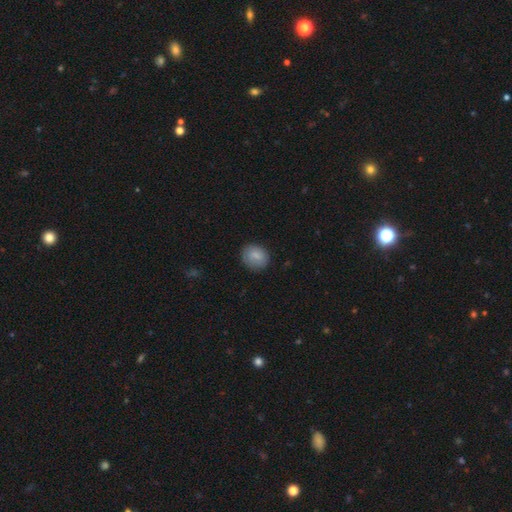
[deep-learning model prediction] A smooth galaxy with no disk features (83%) that is round (63%).

Vote fractions:
- Smooth or featured? smooth: 83% / featured or disk: 10% / star or artifact: 7%
- How rounded? round: 63% / in between: 35% / cigar-shaped: 1%
- Merging? none: 83% / minor disturbance: 13% / major disturbance: 3% / merger: 1%